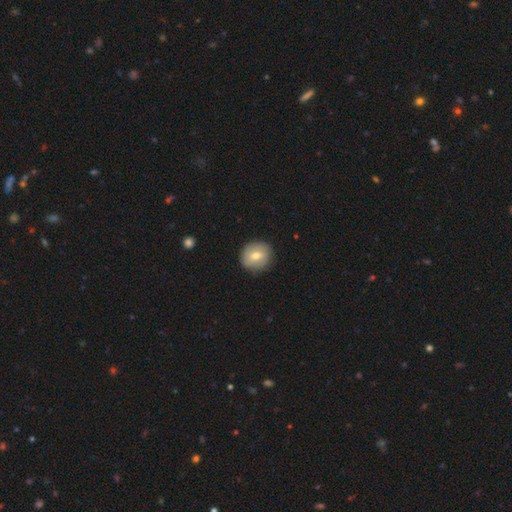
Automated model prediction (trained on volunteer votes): This is likely a smooth galaxy (64%). How rounded: clearly round (84%). Merging: clearly none (86%).